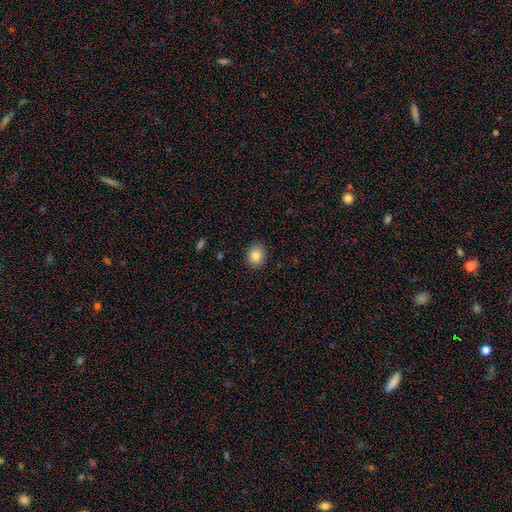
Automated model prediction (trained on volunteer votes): Morphology: type=smooth (85%); roundness=round (67%); merging=none (90%).